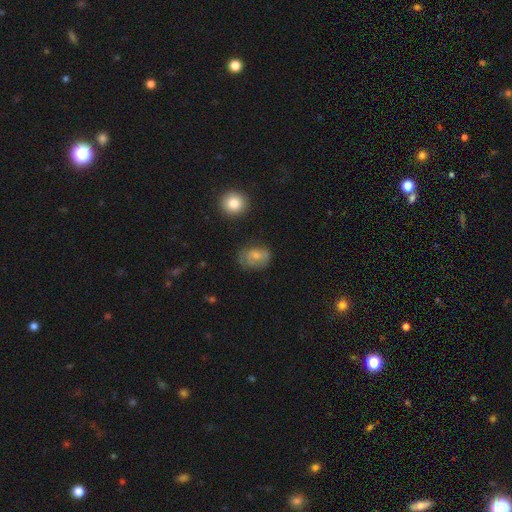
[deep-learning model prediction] smooth_or_featured: smooth (p=0.64) [alt: featured or disk p=0.26]
how_rounded: in between (p=0.64) [alt: round p=0.35]
merging: none (p=0.53) [alt: minor disturbance p=0.30]